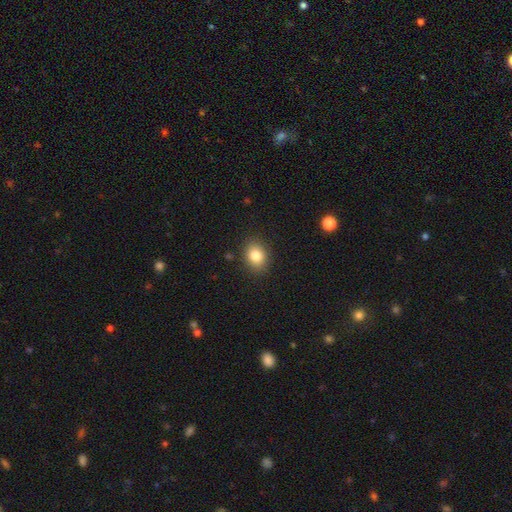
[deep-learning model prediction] smooth 83%, star or artifact 10%, featured or disk 8%. Down the decision tree: how rounded — in between (55%); merging — none (87%).